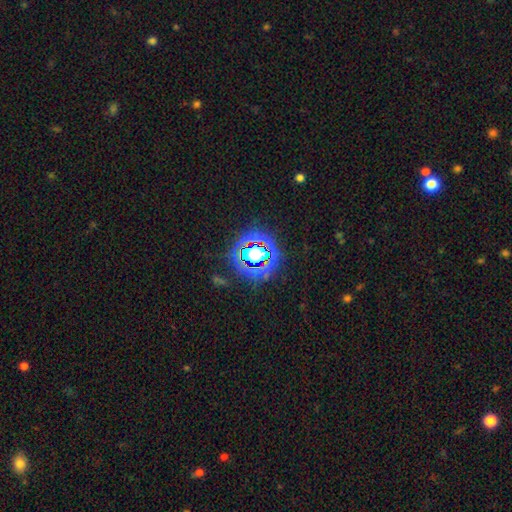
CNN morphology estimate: The model was most divided on "smooth or featured": star or artifact: 76%, smooth: 15%, featured or disk: 9%.